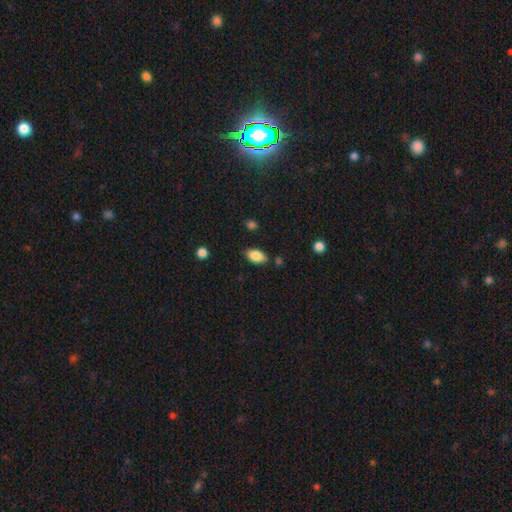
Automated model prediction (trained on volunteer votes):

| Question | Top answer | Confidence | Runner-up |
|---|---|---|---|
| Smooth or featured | smooth | 87% | star or artifact (8%) |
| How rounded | in between | 93% | round (5%) |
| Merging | none | 80% | minor disturbance (14%) |